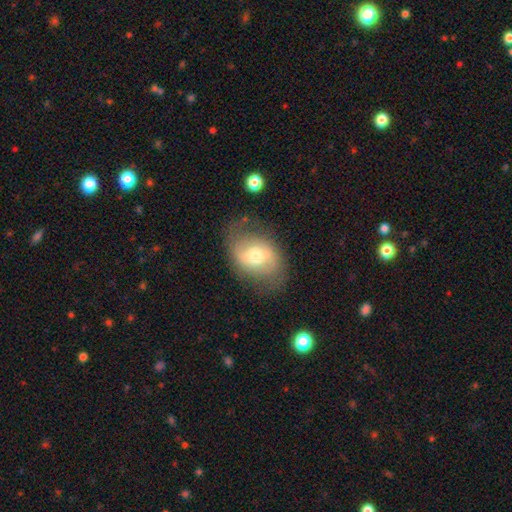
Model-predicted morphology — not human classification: Smooth or featured: featured or disk — 52% (smooth — 40%)
Edge-on disk: no — 94% (yes — 6%)
Merging: none — 68% (minor disturbance — 20%)